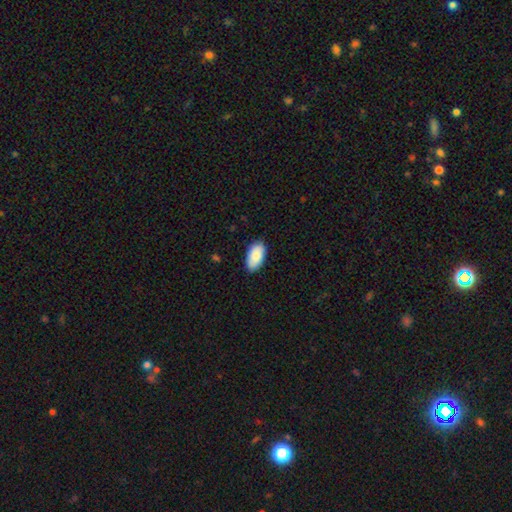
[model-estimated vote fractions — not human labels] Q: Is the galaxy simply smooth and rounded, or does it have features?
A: smooth — 88%.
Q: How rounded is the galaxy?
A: in between — 96%.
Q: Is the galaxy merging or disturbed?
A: none — 86%.